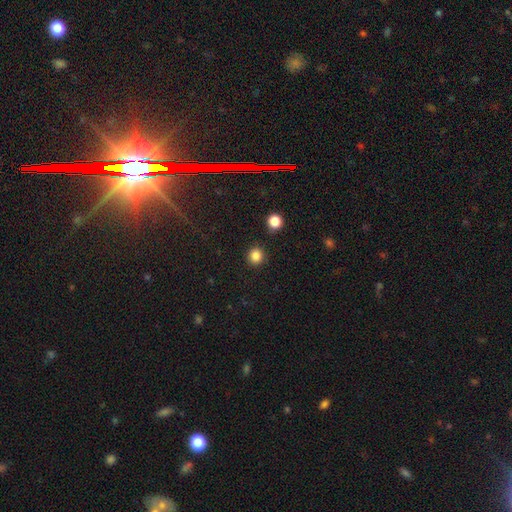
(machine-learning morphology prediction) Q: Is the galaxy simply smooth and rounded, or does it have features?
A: smooth — 84%.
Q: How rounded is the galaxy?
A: round — 91%.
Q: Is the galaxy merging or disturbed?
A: none — 90%.